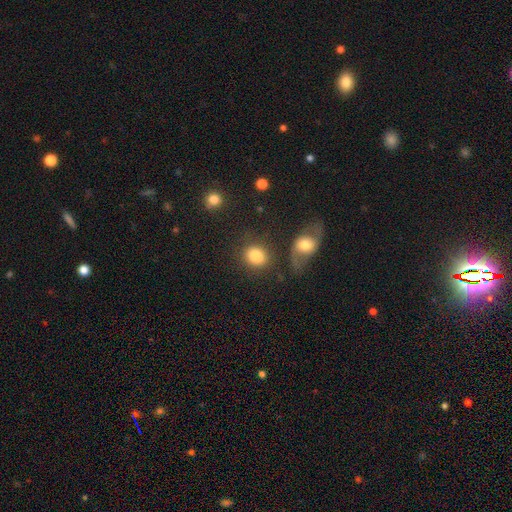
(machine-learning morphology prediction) A smooth galaxy with no disk features (84%) that is round (58%).

Vote fractions:
- Smooth or featured? smooth: 84% / star or artifact: 8% / featured or disk: 8%
- How rounded? round: 58% / in between: 40% / cigar-shaped: 1%
- Merging? none: 69% / minor disturbance: 13% / merger: 12% / major disturbance: 7%